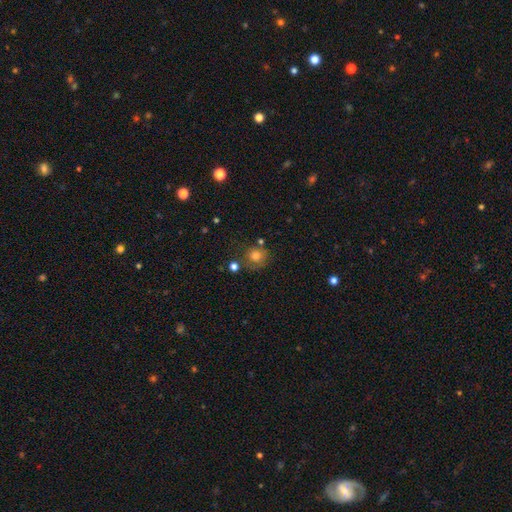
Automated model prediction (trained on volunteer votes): Overall: smooth (72%). How rounded: round (84%). Merging: none (59%; minor disturbance 20%).